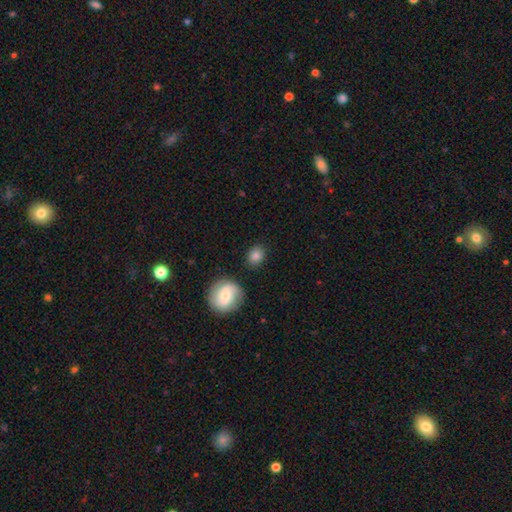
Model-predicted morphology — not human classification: Overall: smooth (84%). How rounded: round (63%; in between 35%). Merging: none (84%).